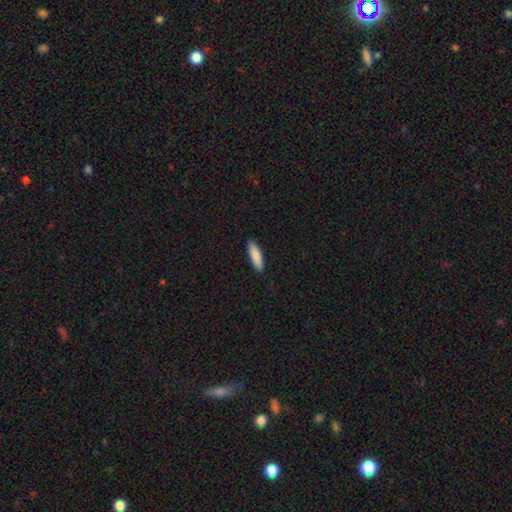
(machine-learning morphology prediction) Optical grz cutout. It shows a smooth galaxy with no disk features (86%) that is cigar-shaped (60%). Merging: none (90%).